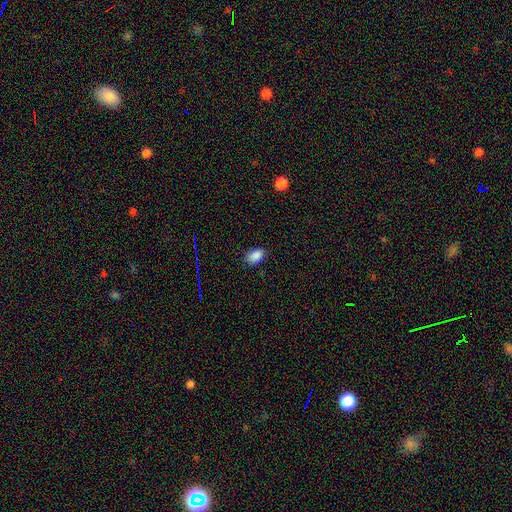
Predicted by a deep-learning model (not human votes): Smooth or featured? Predicted: smooth (p=0.87). How rounded? Predicted: in between (p=0.85). Merging? Predicted: none (p=0.82).